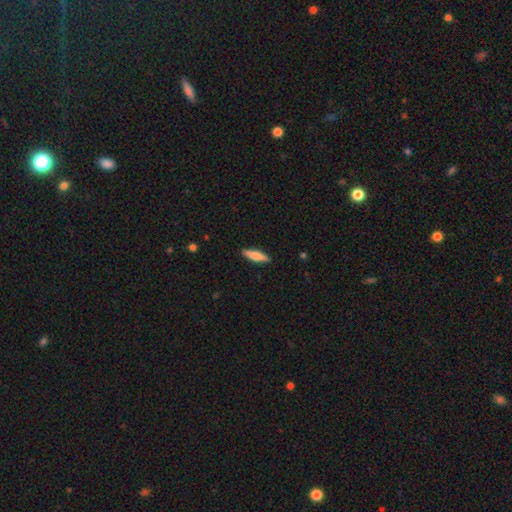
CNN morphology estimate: A smooth galaxy with no disk features (70%) that is cigar-shaped (66%). Merging: none (89%).